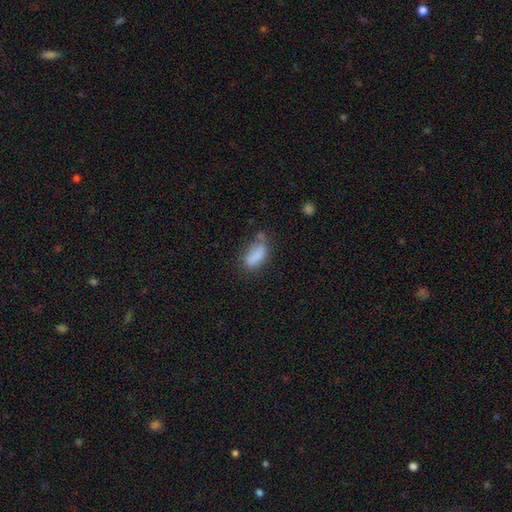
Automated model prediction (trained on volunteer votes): Smooth or featured?
  - smooth: 81% *
  - featured or disk: 10%
  - star or artifact: 10%
How rounded?
  - in between: 86% *
  - cigar-shaped: 10%
  - round: 4%
Merging?
  - none: 43% *
  - minor disturbance: 30%
  - major disturbance: 16%
  - merger: 11%